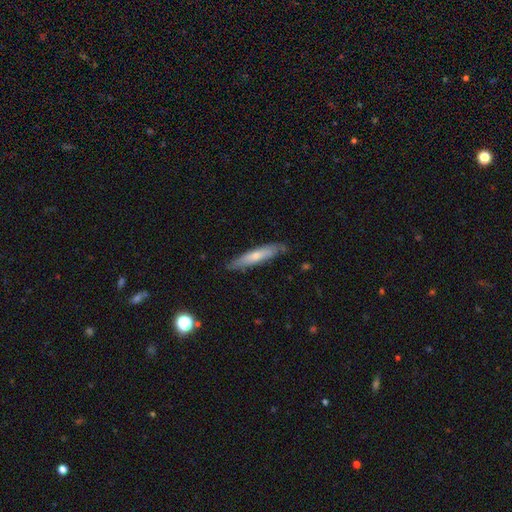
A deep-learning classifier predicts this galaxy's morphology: type=smooth (49%); merging=none (82%).